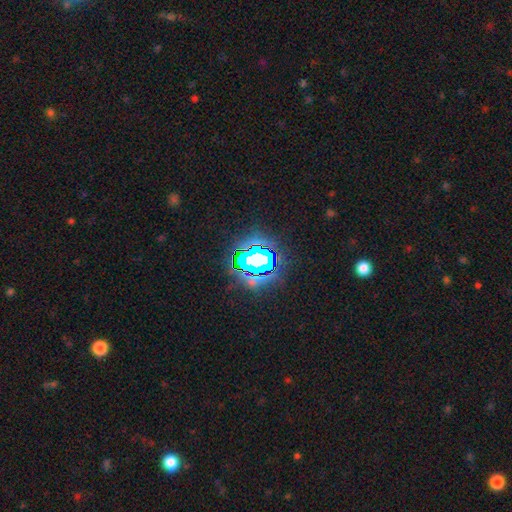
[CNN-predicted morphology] Overall: star or artifact (73%).